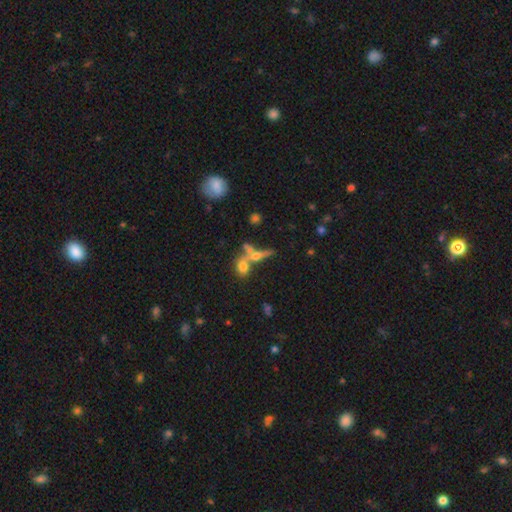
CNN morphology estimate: smooth_or_featured: featured or disk (p=0.49) [alt: smooth p=0.38]
merging: none (p=0.49) [alt: merger p=0.35]